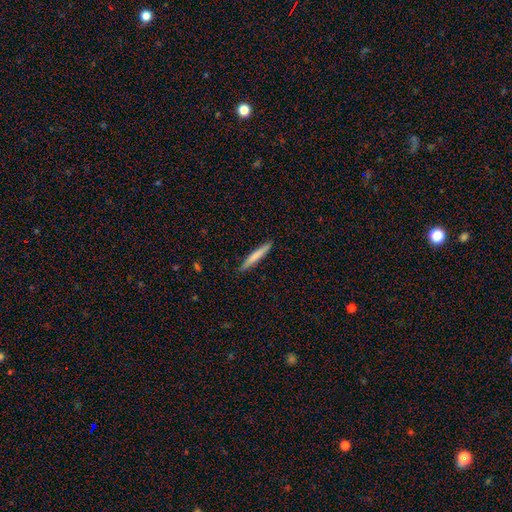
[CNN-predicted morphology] This is likely a smooth galaxy (72%). How rounded: clearly cigar-shaped (95%). Merging: clearly none (89%).